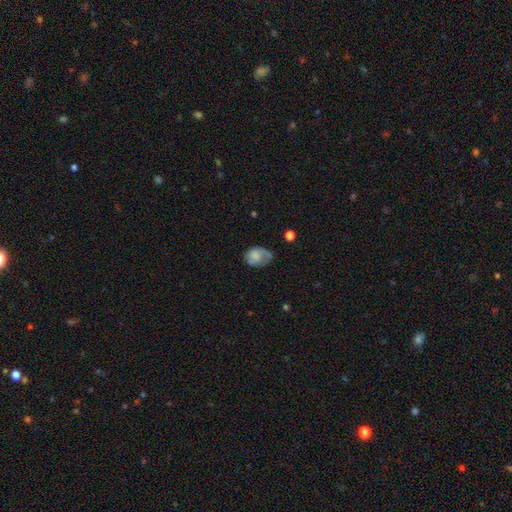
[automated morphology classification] Smooth or featured?
  - smooth: 66% *
  - featured or disk: 25%
  - star or artifact: 8%
How rounded?
  - in between: 68% *
  - round: 31%
  - cigar-shaped: 1%
Merging?
  - none: 40% *
  - minor disturbance: 35%
  - major disturbance: 22%
  - merger: 3%